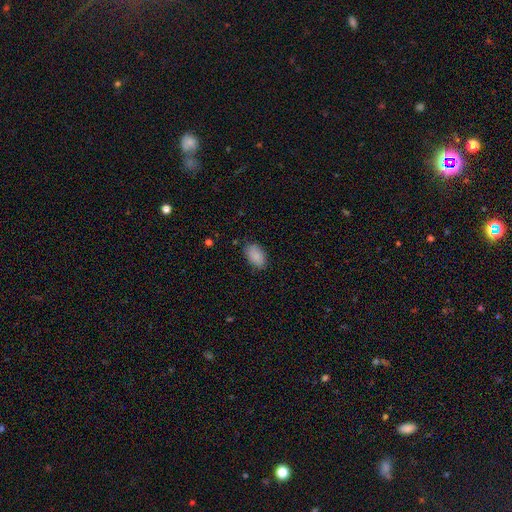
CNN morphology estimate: smooth-or-featured: smooth: 88% | star or artifact: 7% | featured or disk: 5%
  how-rounded: in between: 92% | round: 6% | cigar-shaped: 2%
  merging: none: 82% | minor disturbance: 14% | major disturbance: 3% | merger: 1%